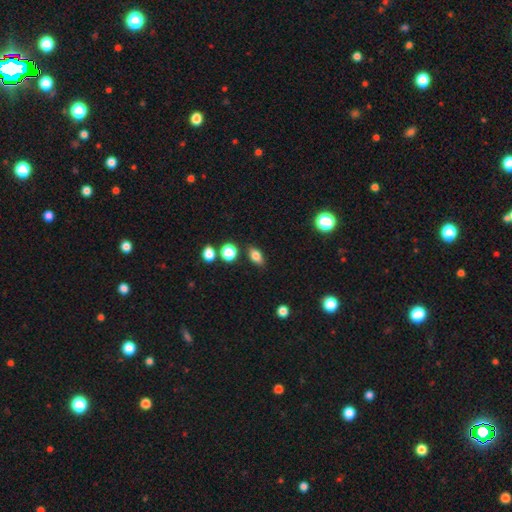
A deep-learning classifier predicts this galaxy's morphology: Overall: smooth (81%). How rounded: in between (80%). Merging: none (83%).